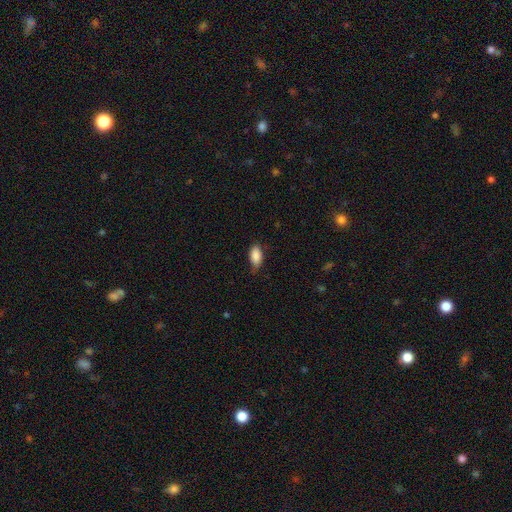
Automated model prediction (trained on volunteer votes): This appears to be a smooth galaxy with no disk features (88%) that is in between round and cigar-shaped (92%). Merging: none (74%).